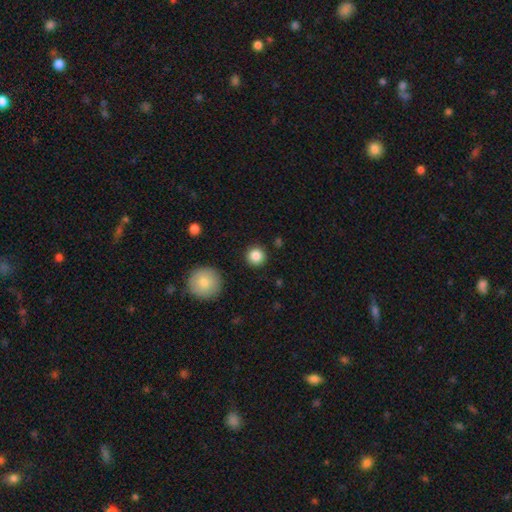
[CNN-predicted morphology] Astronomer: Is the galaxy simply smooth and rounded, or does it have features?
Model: smooth — 85%.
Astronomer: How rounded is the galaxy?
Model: round — 95%.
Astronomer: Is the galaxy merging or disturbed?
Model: none — 90%.